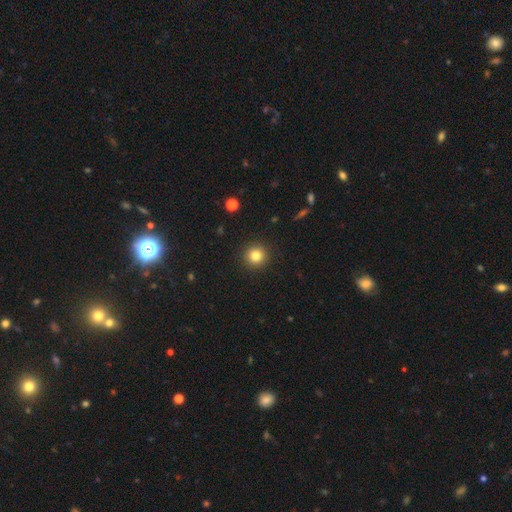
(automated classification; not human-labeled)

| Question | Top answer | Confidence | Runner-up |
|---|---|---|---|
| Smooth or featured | smooth | 83% | star or artifact (11%) |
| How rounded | round | 95% | in between (4%) |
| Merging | none | 92% | minor disturbance (5%) |